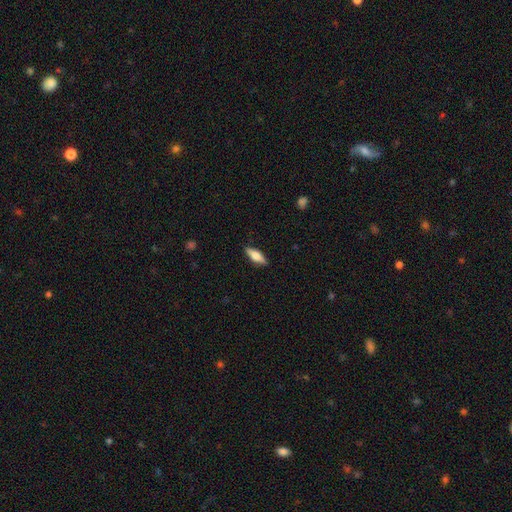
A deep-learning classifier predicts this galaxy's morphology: Smooth or featured?
  - smooth: 58% *
  - featured or disk: 36%
  - star or artifact: 6%
How rounded?
  - in between: 56% *
  - cigar-shaped: 41%
  - round: 3%
Merging?
  - none: 87% *
  - minor disturbance: 10%
  - major disturbance: 2%
  - merger: 1%